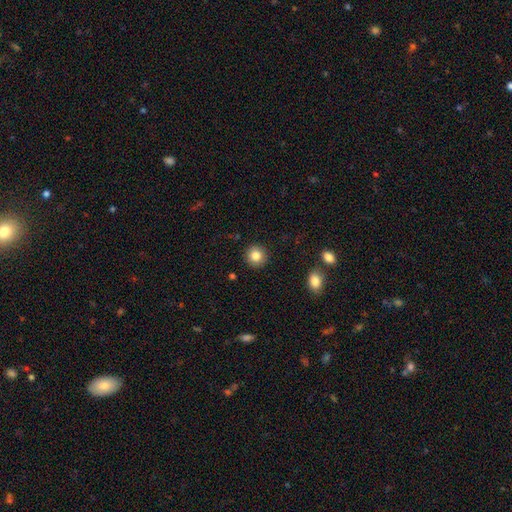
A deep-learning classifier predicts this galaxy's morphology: type=smooth (84%); roundness=round (93%); merging=none (92%).